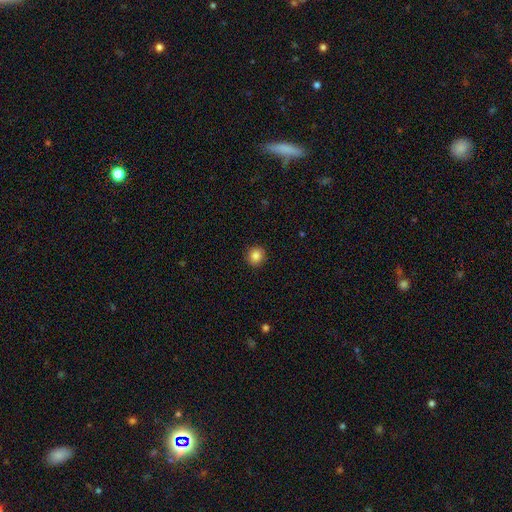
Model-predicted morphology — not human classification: The model was most divided on "smooth or featured": smooth: 86%, star or artifact: 10%, featured or disk: 5%. More confident: merging — none (91%); how rounded — round (91%).